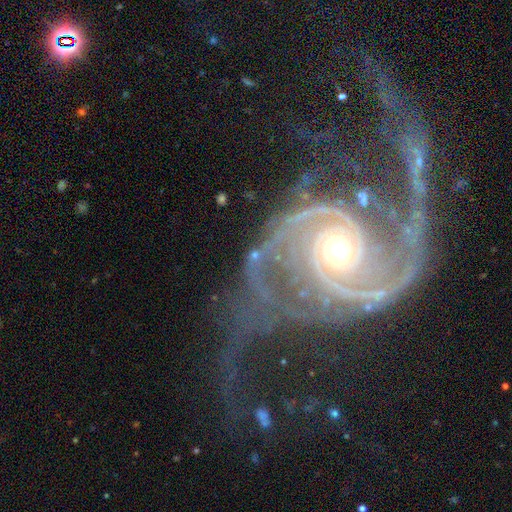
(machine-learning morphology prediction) type=featured or disk (91%); edge-on=no (97%); bar=no (70%); spiral arms=yes (98%); winding=tight (54%); arm count=2 (53%); bulge=moderate (67%); merging=none (47%).